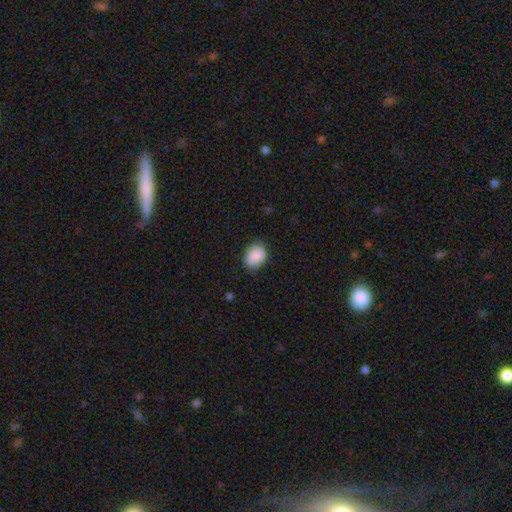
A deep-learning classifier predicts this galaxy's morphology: smooth 86%, star or artifact 7%, featured or disk 7%. Down the decision tree: how rounded — in between (59%); merging — none (80%).